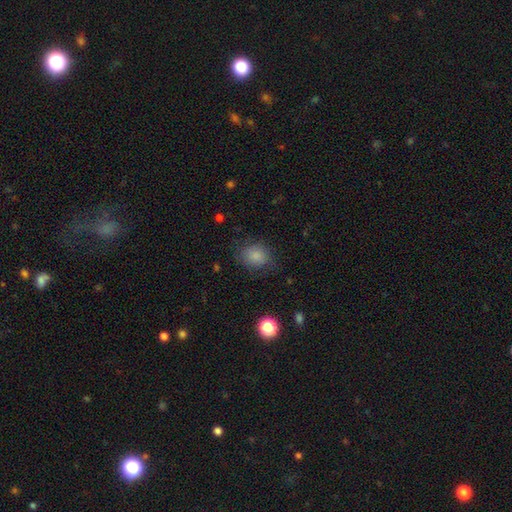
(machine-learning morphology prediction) smooth 84%, star or artifact 10%, featured or disk 6%. Down the decision tree: how rounded — round (63%); merging — none (75%).